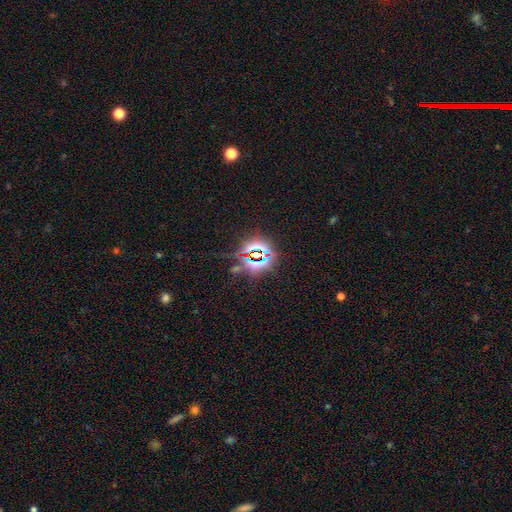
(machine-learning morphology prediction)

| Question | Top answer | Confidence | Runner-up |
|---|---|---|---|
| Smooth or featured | star or artifact | 79% | smooth (13%) |